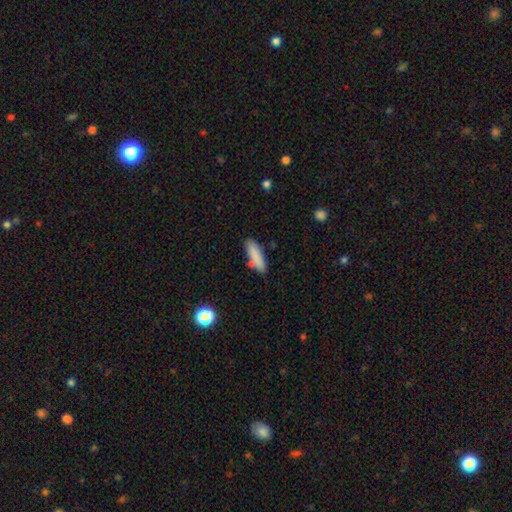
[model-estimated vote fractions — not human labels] The model was most divided on "how rounded": cigar-shaped: 56%, in between: 42%, round: 2%. More confident: smooth or featured — smooth (84%); merging — none (75%).